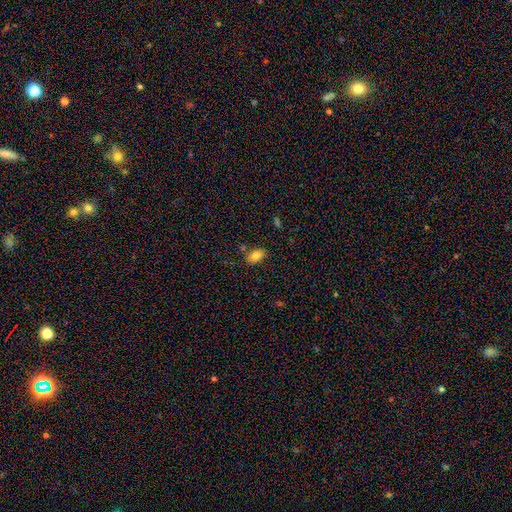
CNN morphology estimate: A smooth galaxy with no disk features (82%) that is in between round and cigar-shaped (86%). Merging: none (78%).